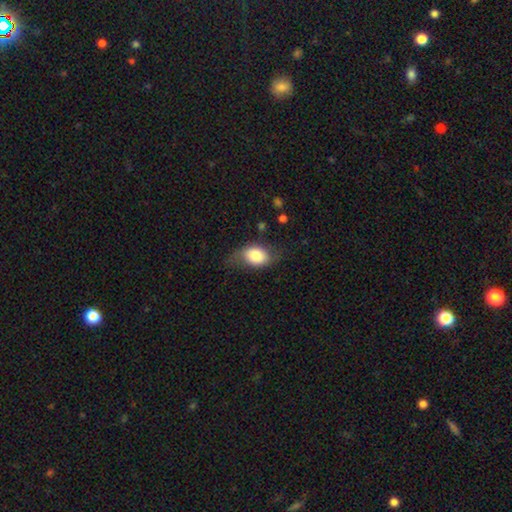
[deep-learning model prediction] Smooth or featured: smooth — 74% (featured or disk — 19%)
How rounded: in between — 78% (round — 20%)
Merging: none — 52% (minor disturbance — 30%)